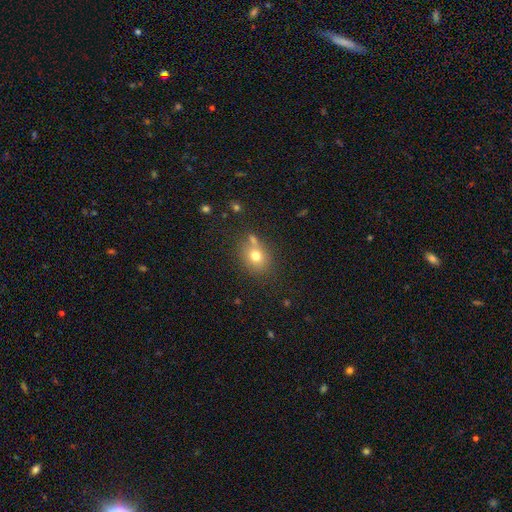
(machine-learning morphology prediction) A smooth galaxy with no disk features (74%) that is round (56%). Merging: none (63%).